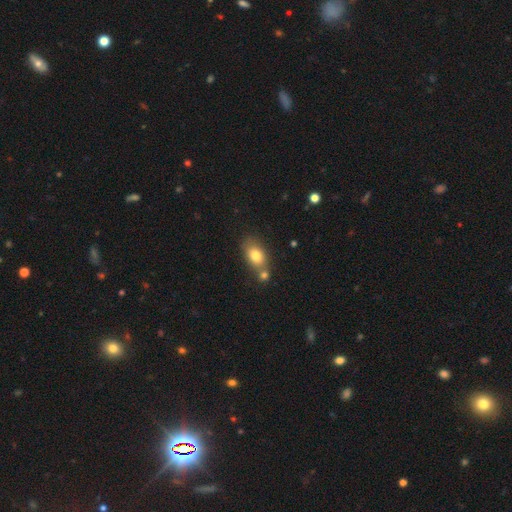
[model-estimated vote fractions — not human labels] A smooth galaxy with no disk features (79%) that is in between round and cigar-shaped (81%). Merging: none (52%).